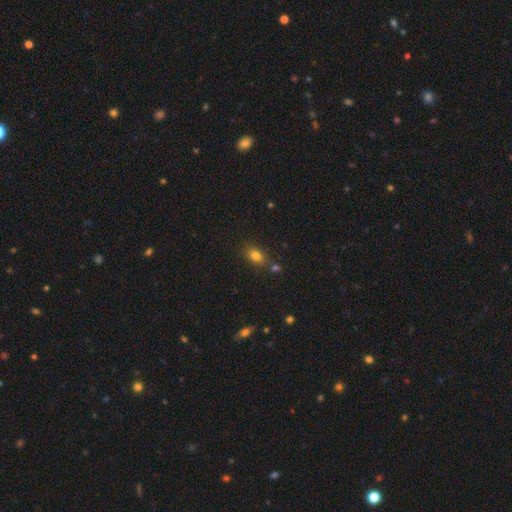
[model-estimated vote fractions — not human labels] Smooth or featured? smooth (79%)
How rounded? in between (77%)
Merging? none (74%)